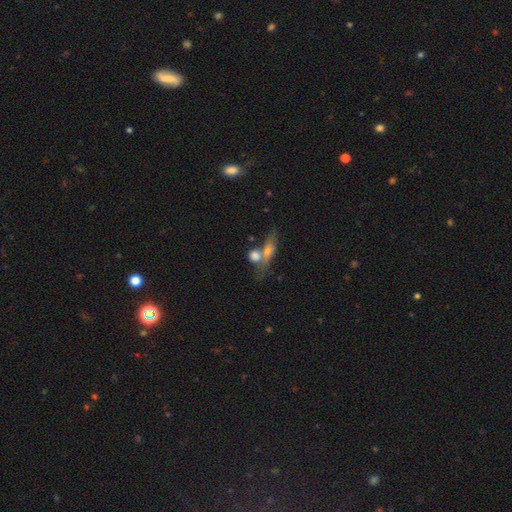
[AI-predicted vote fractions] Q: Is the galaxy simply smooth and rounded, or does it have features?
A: smooth — 65%.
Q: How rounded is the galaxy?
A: round — 46%.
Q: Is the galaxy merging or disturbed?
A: merger — 48%.